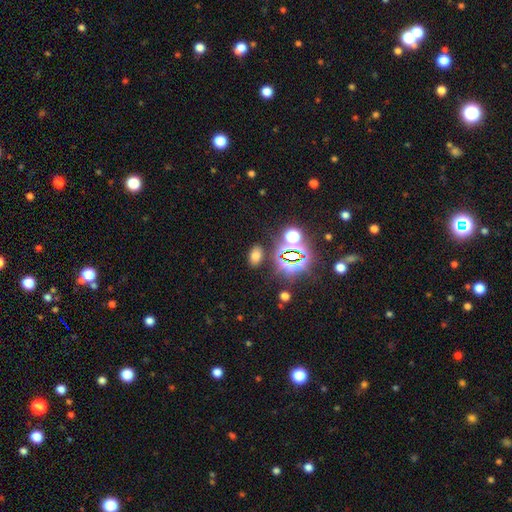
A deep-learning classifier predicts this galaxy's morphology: A smooth galaxy with no disk features (62%) that is in between round and cigar-shaped (86%). Merging: none (84%).